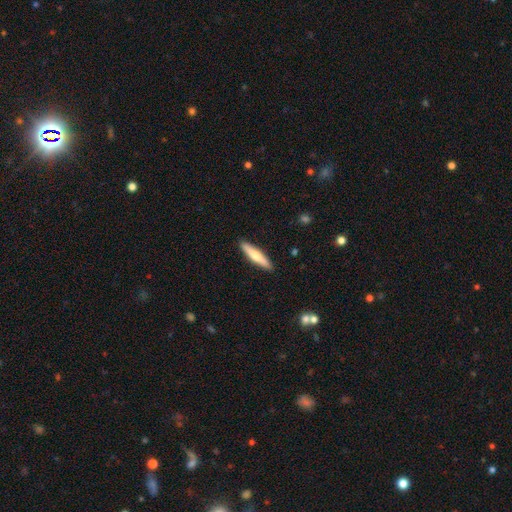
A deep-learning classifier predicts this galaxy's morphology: smooth-or-featured: smooth: 60% | featured or disk: 34% | star or artifact: 5%
  how-rounded: cigar-shaped: 86% | in between: 12% | round: 1%
  merging: none: 90% | minor disturbance: 7% | major disturbance: 1% | merger: 1%